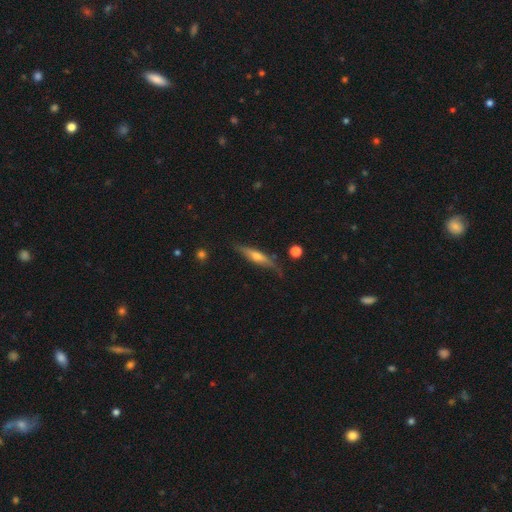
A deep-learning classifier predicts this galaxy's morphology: Q: Smooth or featured?
A: featured or disk (52%); runner-up: smooth (42%)
Q: Edge-on disk?
A: yes (91%); runner-up: no (9%)
Q: Merging?
A: none (72%); runner-up: minor disturbance (21%)